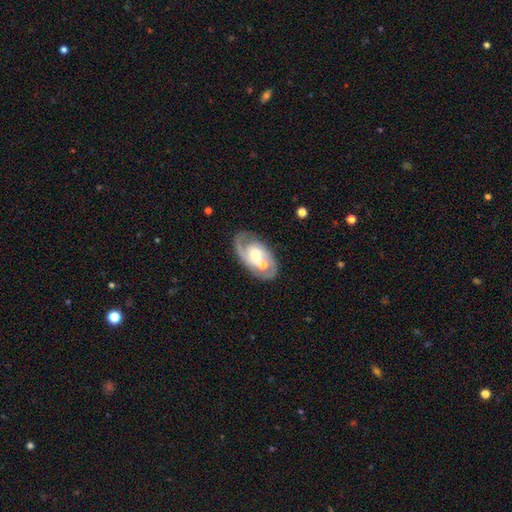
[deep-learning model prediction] smooth_or_featured: featured or disk (p=0.77) [alt: smooth p=0.17]
disk_edge_on: no (p=0.96) [alt: yes p=0.04]
bar: no (p=0.61) [alt: weak p=0.32]
has_spiral_arms: yes (p=0.88) [alt: no p=0.12]
spiral_winding: medium (p=0.45) [alt: tight p=0.37]
spiral_arm_count: 2 (p=0.64) [alt: 1 p=0.20]
bulge_size: moderate (p=0.56) [alt: small p=0.32]
merging: none (p=0.52) [alt: merger p=0.22]